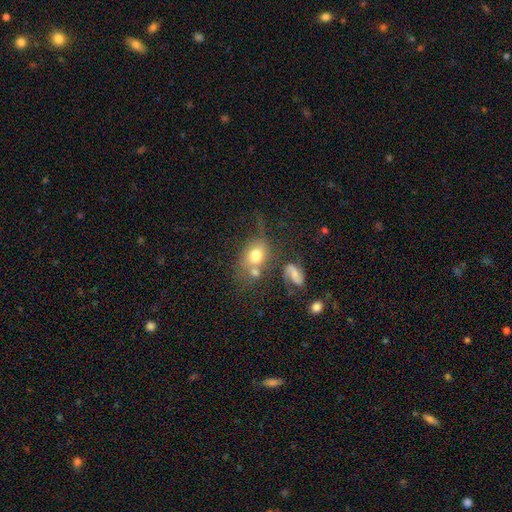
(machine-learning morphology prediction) Smooth or featured? smooth (68%)
How rounded? in between (61%)
Merging? none (39%)